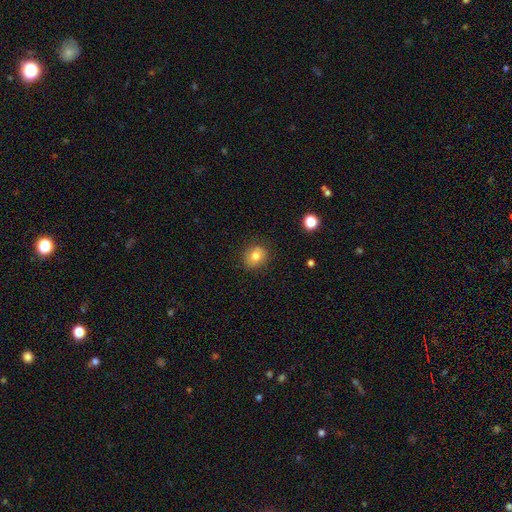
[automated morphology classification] Smooth or featured?
  - smooth: 78% *
  - star or artifact: 11%
  - featured or disk: 11%
How rounded?
  - round: 74% *
  - in between: 25%
  - cigar-shaped: 1%
Merging?
  - none: 84% *
  - minor disturbance: 12%
  - major disturbance: 3%
  - merger: 1%